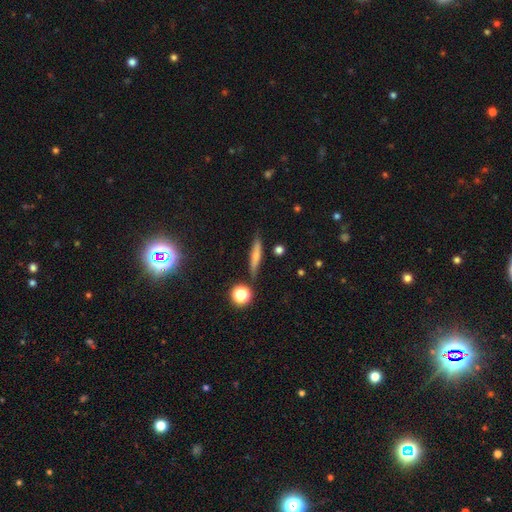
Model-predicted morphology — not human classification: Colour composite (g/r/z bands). It shows a smooth galaxy with no disk features (61%) that is cigar-shaped (84%). Merging: none (81%).